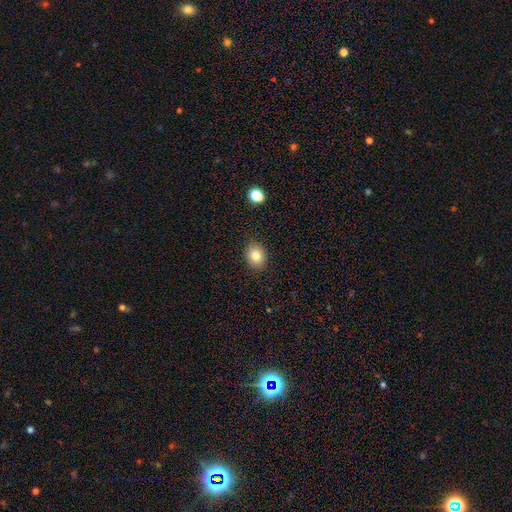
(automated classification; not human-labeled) Q: Smooth or featured?
A: smooth (81%); runner-up: star or artifact (10%)
Q: How rounded?
A: round (53%); runner-up: in between (47%)
Q: Merging?
A: none (87%); runner-up: minor disturbance (9%)